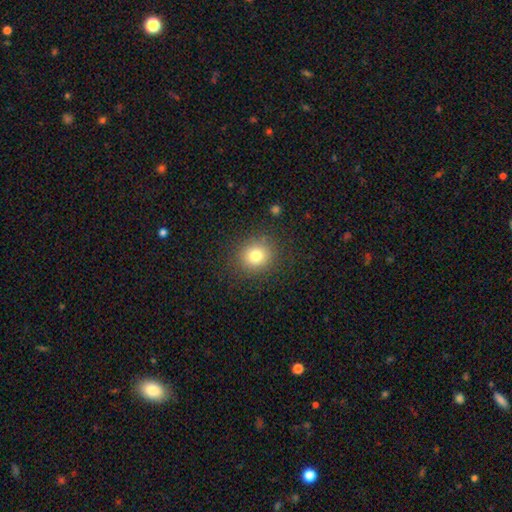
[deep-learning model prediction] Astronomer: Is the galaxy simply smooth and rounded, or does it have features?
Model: smooth — 79%.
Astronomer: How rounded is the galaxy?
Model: round — 84%.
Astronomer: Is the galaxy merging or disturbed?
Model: none — 87%.